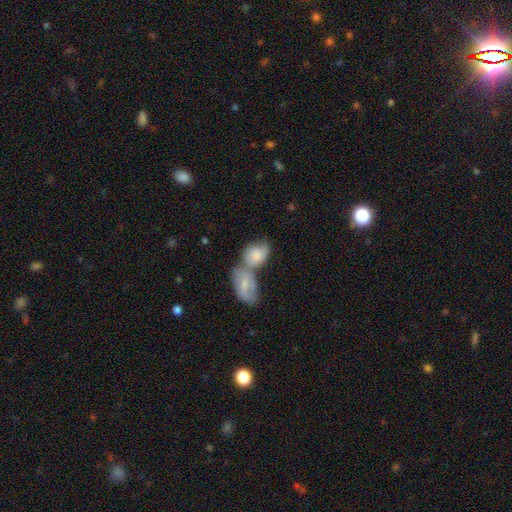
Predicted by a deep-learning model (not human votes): Smooth or featured? Predicted: smooth (p=0.57). How rounded? Predicted: in between (p=0.68). Merging? Predicted: merger (p=0.63).